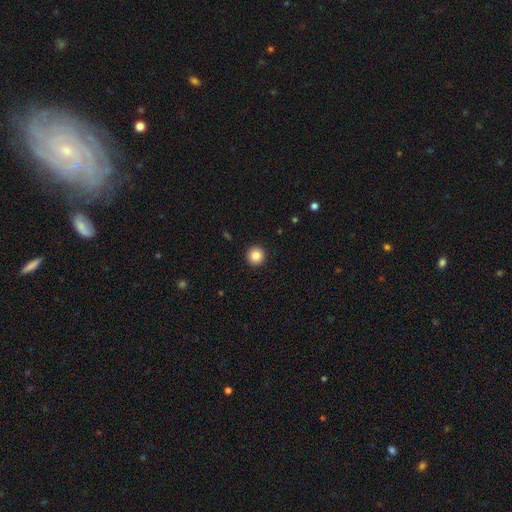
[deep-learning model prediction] Q: Smooth or featured?
A: smooth (84%); runner-up: star or artifact (10%)
Q: How rounded?
A: round (96%); runner-up: in between (3%)
Q: Merging?
A: none (94%); runner-up: minor disturbance (4%)